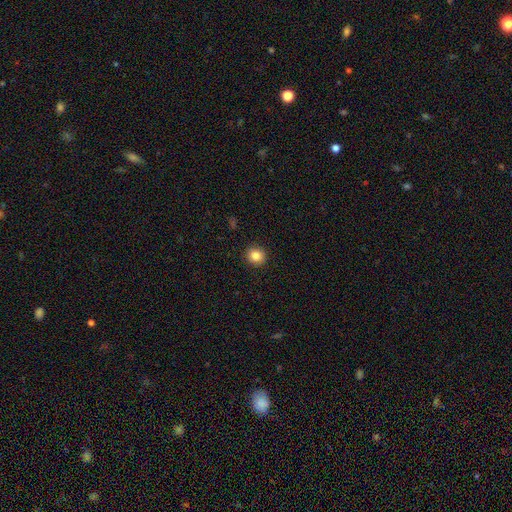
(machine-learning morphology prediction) smooth_or_featured: smooth (p=0.84) [alt: star or artifact p=0.10]
how_rounded: round (p=0.90) [alt: in between p=0.09]
merging: none (p=0.92) [alt: minor disturbance p=0.05]